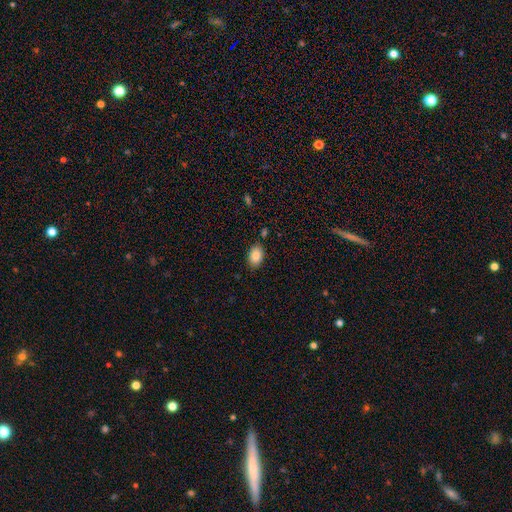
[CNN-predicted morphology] Smooth or featured: smooth — 86% (star or artifact — 8%)
How rounded: in between — 87% (round — 11%)
Merging: none — 83% (minor disturbance — 12%)